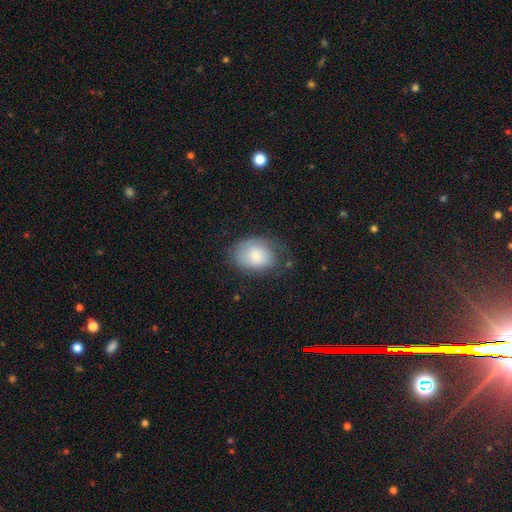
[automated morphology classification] smooth-or-featured: smooth: 73% | featured or disk: 20% | star or artifact: 7%
  how-rounded: in between: 75% | round: 23% | cigar-shaped: 1%
  merging: none: 54% | minor disturbance: 30% | major disturbance: 14% | merger: 2%